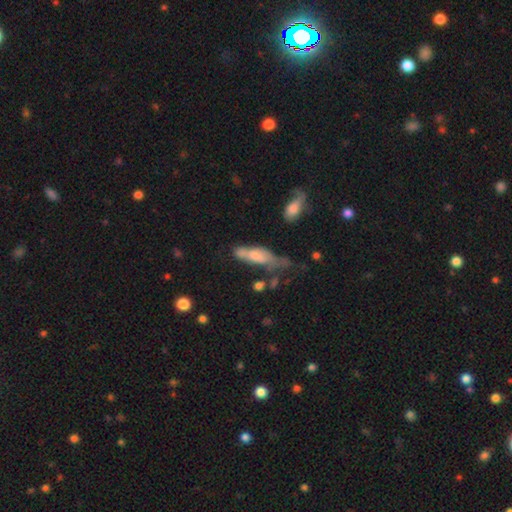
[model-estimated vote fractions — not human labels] Smooth or featured?
  - smooth: 61% *
  - featured or disk: 31%
  - star or artifact: 8%
How rounded?
  - in between: 49% * (tied)
  - cigar-shaped: 49% * (tied)
  - round: 2%
Merging?
  - minor disturbance: 29% *
  - none: 27%
  - major disturbance: 25%
  - merger: 19%